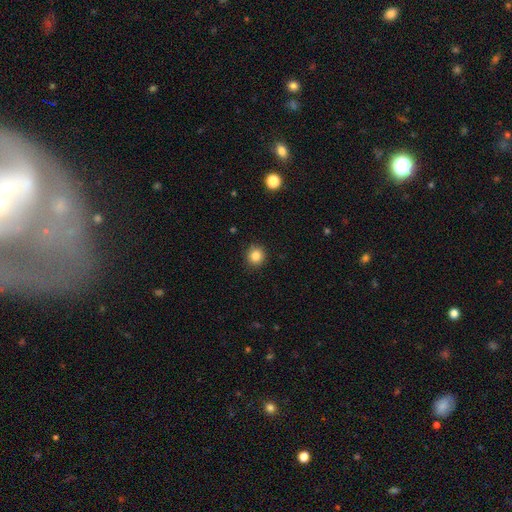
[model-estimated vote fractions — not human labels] smooth-or-featured: smooth: 84% | star or artifact: 11% | featured or disk: 5%
  how-rounded: round: 90% | in between: 9% | cigar-shaped: 1%
  merging: none: 90% | minor disturbance: 7% | major disturbance: 2% | merger: 1%